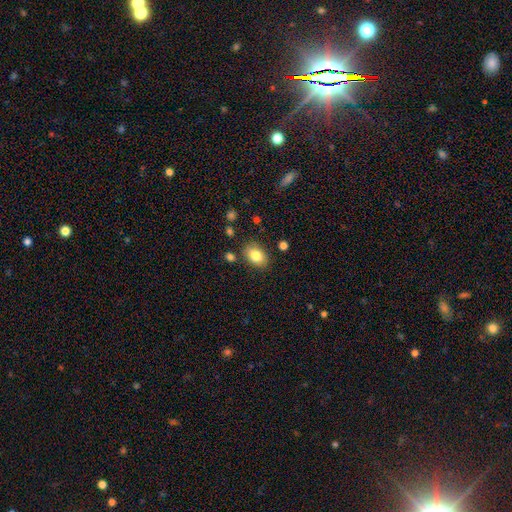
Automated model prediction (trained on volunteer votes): This appears to be a smooth galaxy with no disk features (82%) that is in between round and cigar-shaped (83%). Merging: none (82%).